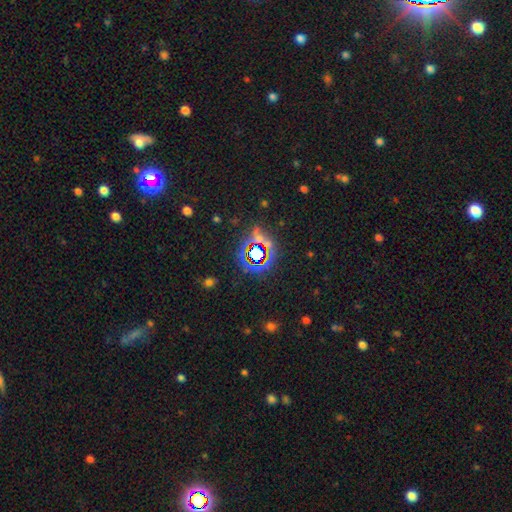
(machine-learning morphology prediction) This is likely a star or artifact rather than a galaxy (74%).